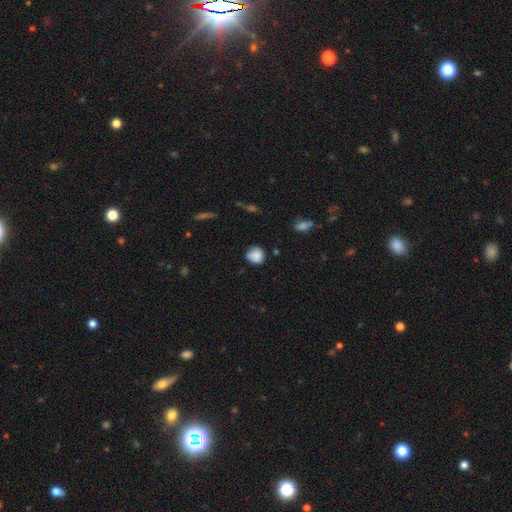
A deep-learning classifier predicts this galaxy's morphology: This appears to be a smooth galaxy with no disk features (84%) that is round (84%). Merging: none (71%).